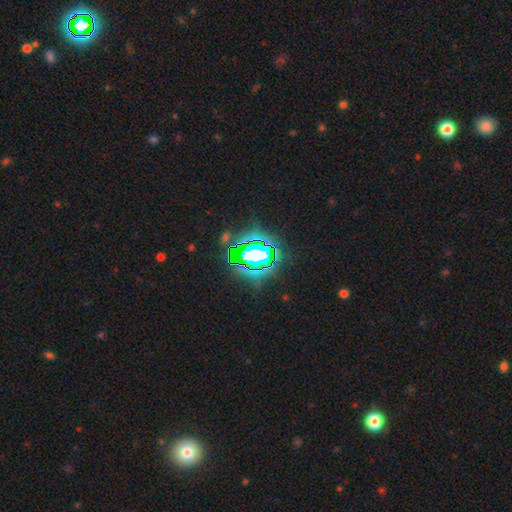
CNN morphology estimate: Smooth or featured? star or artifact (75%)